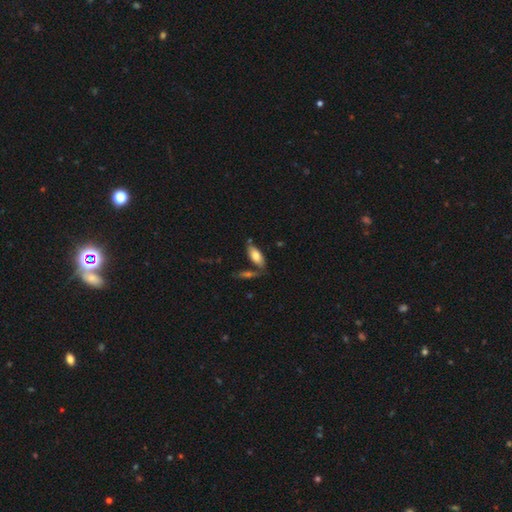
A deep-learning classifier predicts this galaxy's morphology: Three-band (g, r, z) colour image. It shows a smooth galaxy with no disk features (76%) that is in between round and cigar-shaped (82%). Merging: none (69%).